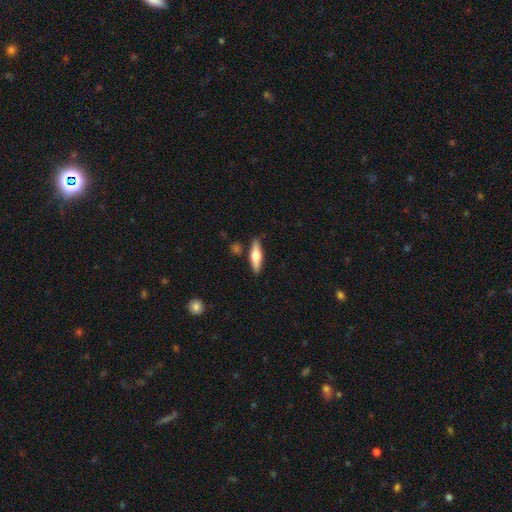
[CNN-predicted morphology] This is possibly a smooth galaxy (48%). Merging: clearly none (84%).